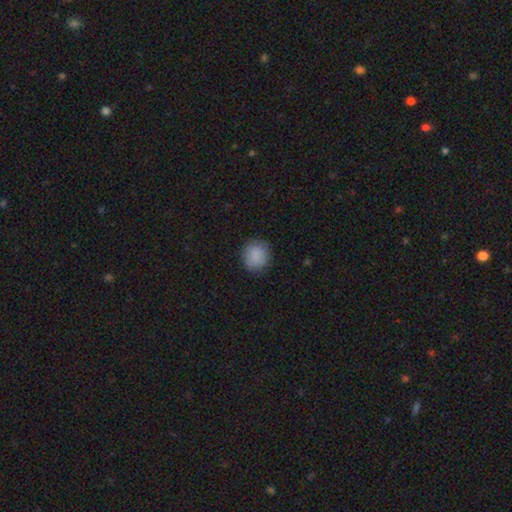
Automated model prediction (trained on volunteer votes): Overall: smooth (88%). How rounded: round (82%). Merging: none (85%).